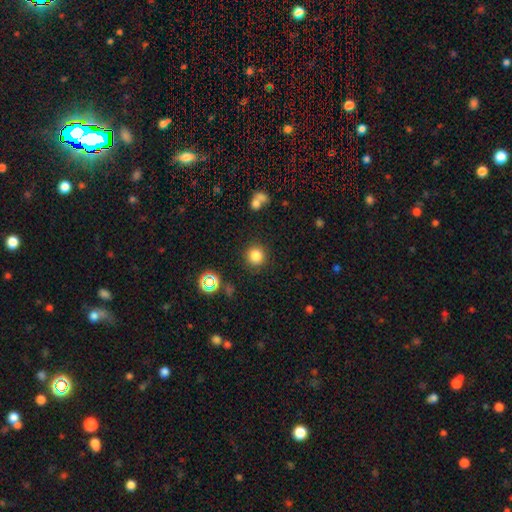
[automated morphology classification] type=smooth (81%); roundness=round (93%); merging=none (88%).